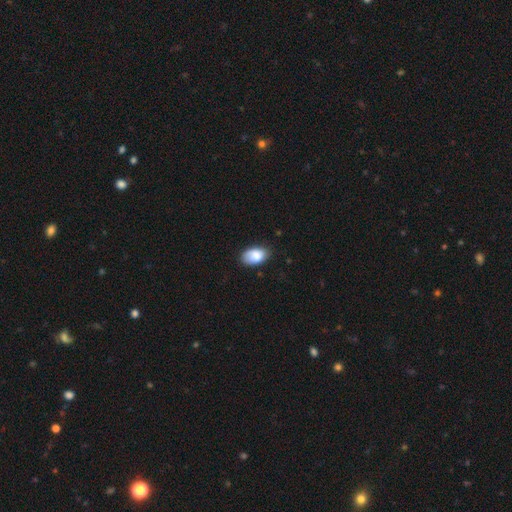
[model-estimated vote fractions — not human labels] Overall: smooth (85%). How rounded: in between (93%). Merging: none (72%).